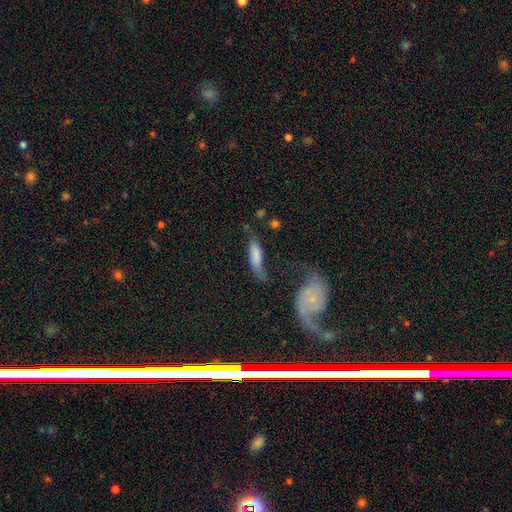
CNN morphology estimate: type=smooth (63%); roundness=cigar-shaped (50%); merging=none (40%).